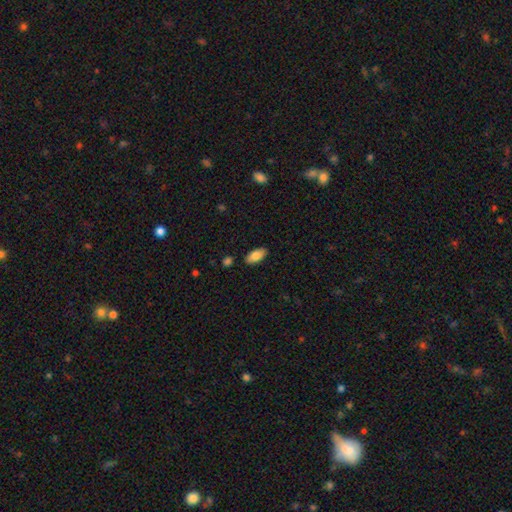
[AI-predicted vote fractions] A smooth galaxy with no disk features (83%) that is in between round and cigar-shaped (92%). Merging: none (87%).